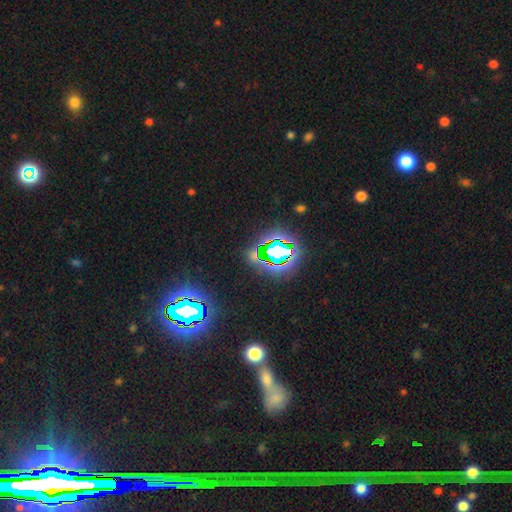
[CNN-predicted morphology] A star or artifact, not a galaxy (72%).

Vote fractions:
- Smooth or featured? star or artifact: 72% / smooth: 17% / featured or disk: 11%